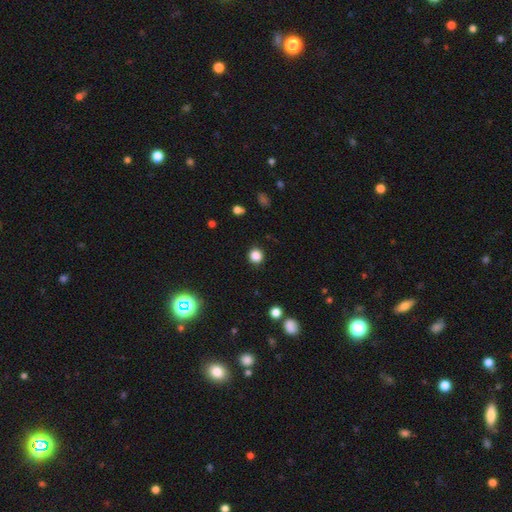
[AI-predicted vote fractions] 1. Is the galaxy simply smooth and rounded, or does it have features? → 84% smooth, 13% star or artifact, 3% featured or disk.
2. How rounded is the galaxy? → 92% round, 7% in between, 1% cigar-shaped.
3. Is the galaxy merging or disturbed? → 91% none, 5% minor disturbance, 2% major disturbance, 1% merger.